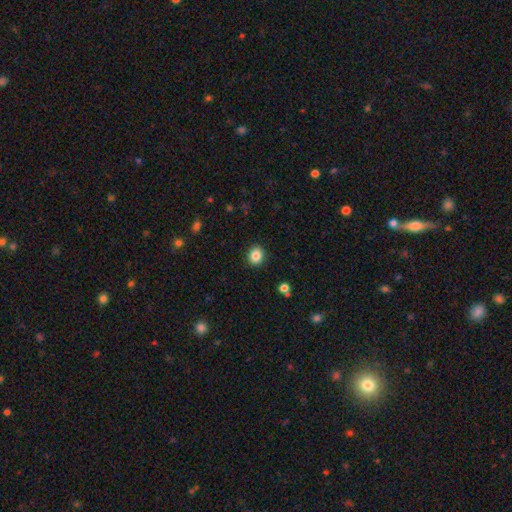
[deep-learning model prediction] The model was most divided on "how rounded": round: 77%, in between: 23%, cigar-shaped: 1%. More confident: merging — none (91%); smooth or featured — smooth (85%).